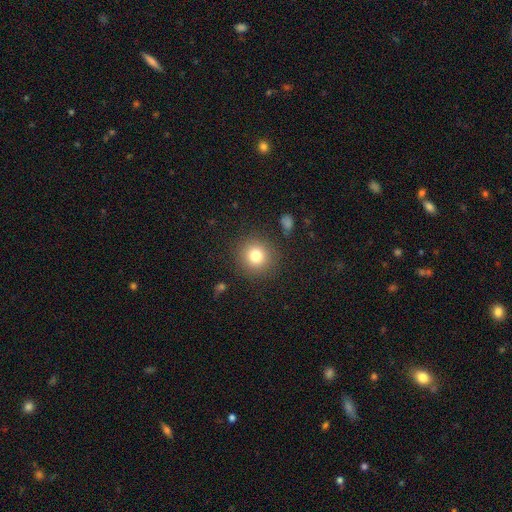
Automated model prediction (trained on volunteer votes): Smooth or featured? Predicted: smooth (p=0.79). How rounded? Predicted: round (p=0.92). Merging? Predicted: none (p=0.88).